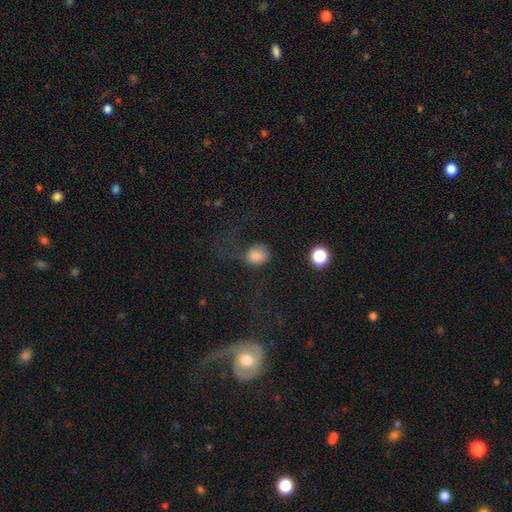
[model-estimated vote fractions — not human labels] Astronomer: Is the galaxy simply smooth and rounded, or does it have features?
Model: smooth — 79%.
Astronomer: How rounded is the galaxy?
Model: round — 62%.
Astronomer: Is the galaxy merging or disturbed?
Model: major disturbance — 39% (runner-up: none, 38%).